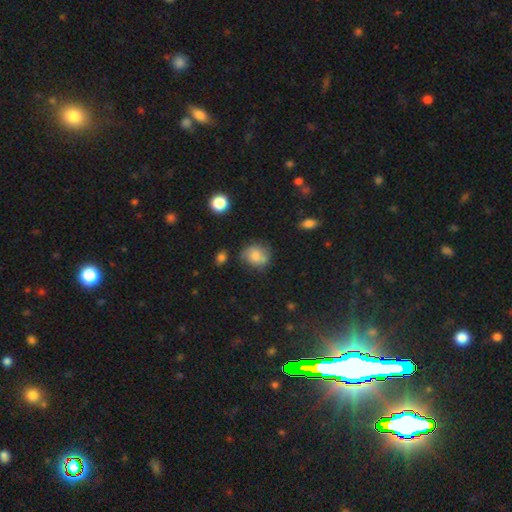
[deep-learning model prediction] This appears to be a smooth galaxy with no disk features (59%) that is round (66%). Merging: none (69%).